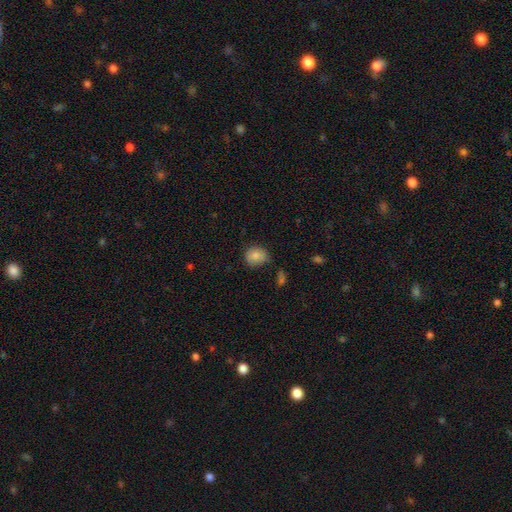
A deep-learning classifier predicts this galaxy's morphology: Smooth or featured: smooth — 81% (featured or disk — 10%)
How rounded: round — 76% (in between — 23%)
Merging: none — 68% (minor disturbance — 24%)